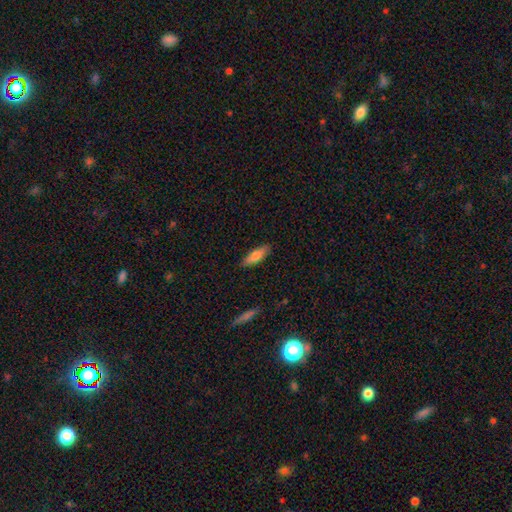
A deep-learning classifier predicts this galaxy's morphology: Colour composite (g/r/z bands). It shows a smooth galaxy with no disk features (77%) that is in between round and cigar-shaped (51%). Merging: none (87%).